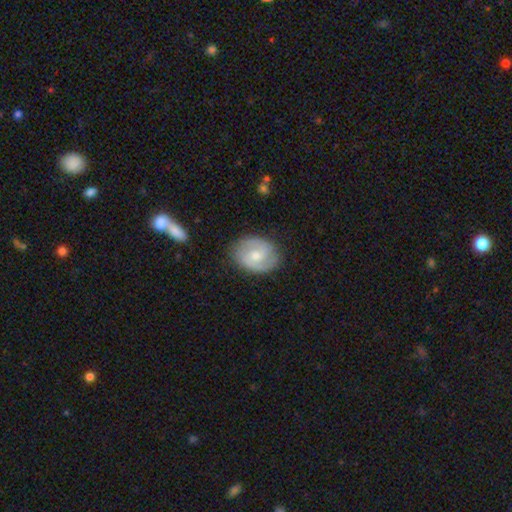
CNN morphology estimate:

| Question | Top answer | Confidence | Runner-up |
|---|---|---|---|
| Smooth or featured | featured or disk | 77% | smooth (18%) |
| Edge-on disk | no | 98% | yes (2%) |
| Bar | no | 49% | weak (44%) |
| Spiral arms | yes | 94% | no (6%) |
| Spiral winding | medium | 49% | tight (38%) |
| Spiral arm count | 2 | 85% | can't tell (7%) |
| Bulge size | small | 49% | moderate (46%) |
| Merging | none | 82% | minor disturbance (13%) |